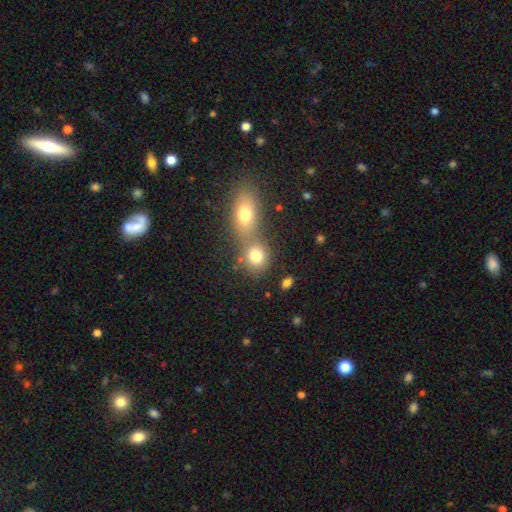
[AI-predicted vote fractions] Overall: smooth (78%). How rounded: round (65%; in between 33%). Merging: merger (48%; none 41%).